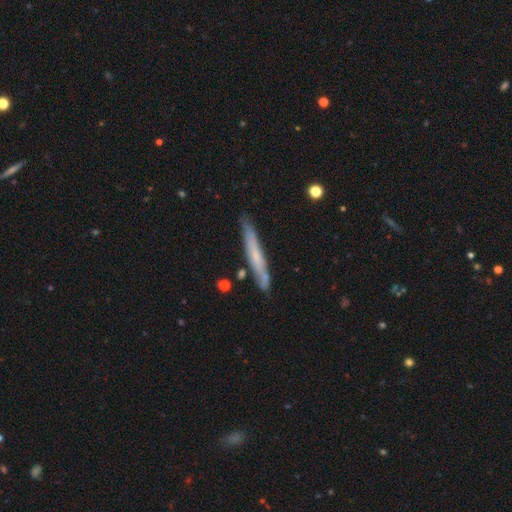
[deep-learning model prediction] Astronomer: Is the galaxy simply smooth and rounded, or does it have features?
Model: smooth — 48% (runner-up: featured or disk, 46%).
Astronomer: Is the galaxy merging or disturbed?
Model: none — 82%.